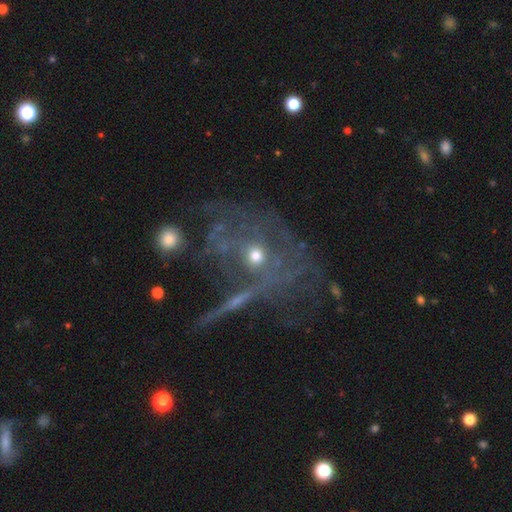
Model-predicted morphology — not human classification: Smooth or featured? featured or disk (58%)
Edge-on disk? no (90%)
Bar? no (78%)
Spiral arms? yes (53%)
Bulge size? small (49%)
Merging? none (51%)